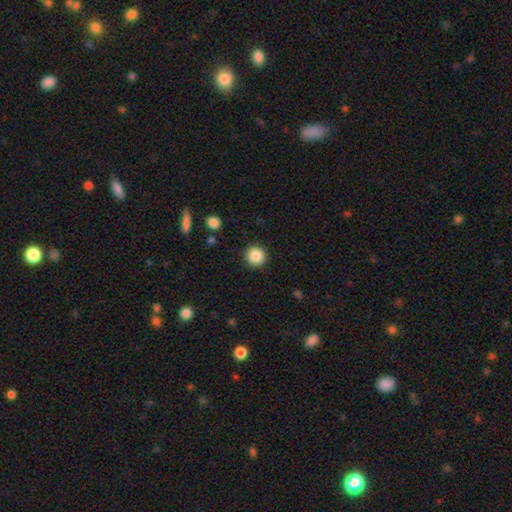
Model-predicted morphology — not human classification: Overall: smooth (87%). How rounded: round (95%). Merging: none (91%).